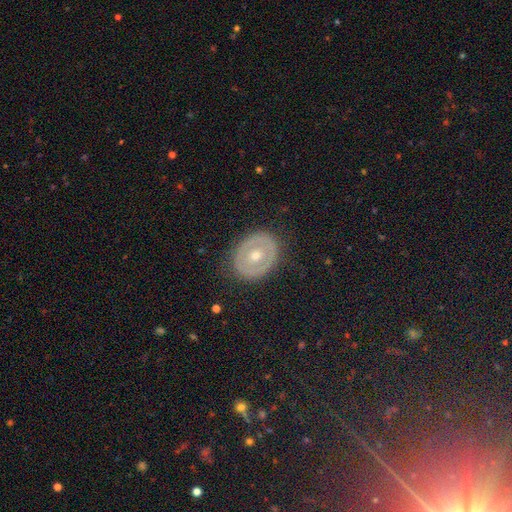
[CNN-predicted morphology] A featured or disk galaxy (55%) with no bar (83%), no spiral arms (90%) and a moderate central bulge (65%).

Vote fractions:
- Smooth or featured? featured or disk: 55% / smooth: 38% / star or artifact: 7%
- Edge-on disk? no: 93% / yes: 7%
- Bar? no: 83% / weak: 11% / strong: 6%
- Spiral arms? no: 90% / yes: 10%
- Bulge size? moderate: 65% / small: 30% / large: 3% / none: 1% / dominant: 1%
- Merging? none: 85% / minor disturbance: 10% / major disturbance: 4% / merger: 1%